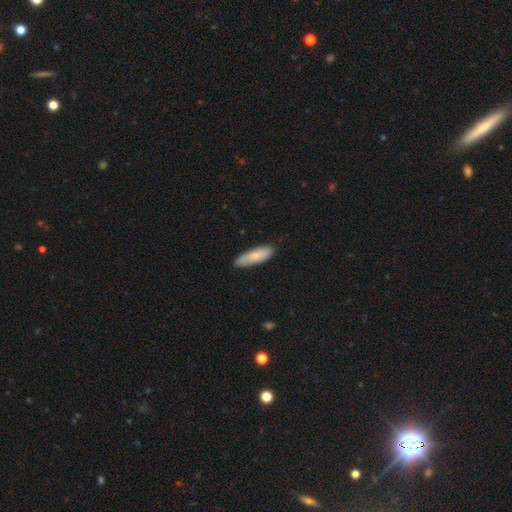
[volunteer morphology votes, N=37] Smooth or featured? smooth (81%)
How rounded? cigar-shaped (60%)
Merging? none (74%)